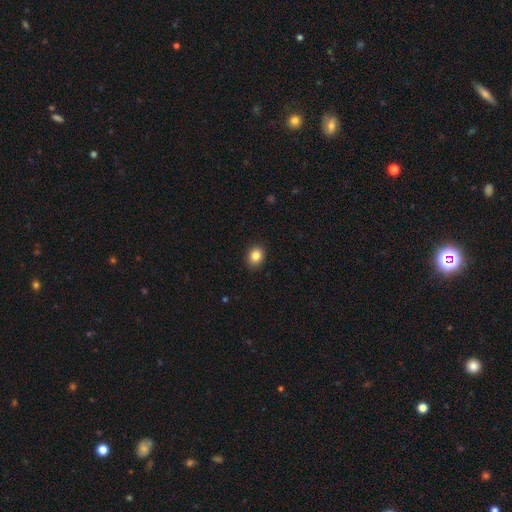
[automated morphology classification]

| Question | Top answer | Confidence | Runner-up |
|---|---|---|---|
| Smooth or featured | smooth | 86% | star or artifact (10%) |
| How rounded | round | 51% | in between (48%) |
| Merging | none | 90% | minor disturbance (7%) |